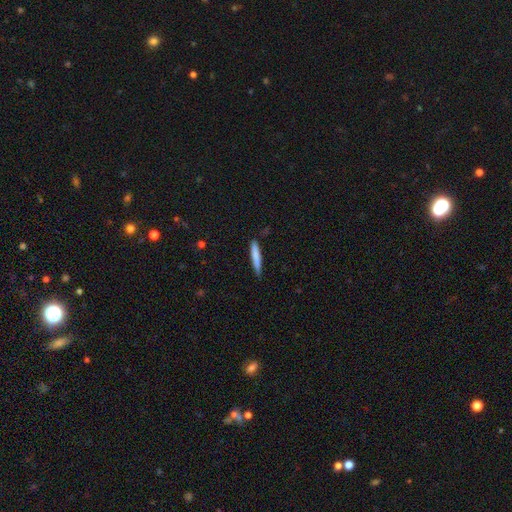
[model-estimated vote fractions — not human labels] Smooth or featured? smooth (79%)
How rounded? cigar-shaped (93%)
Merging? none (80%)